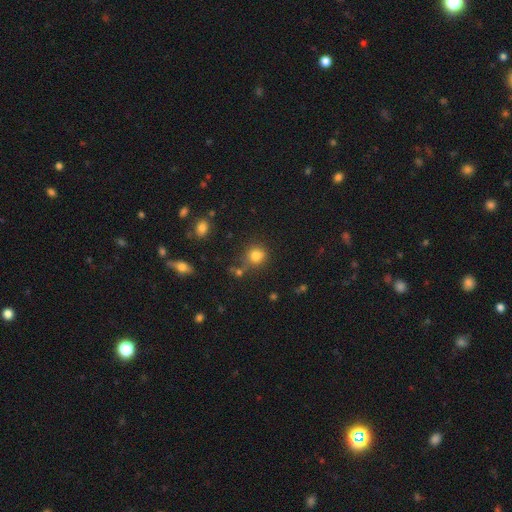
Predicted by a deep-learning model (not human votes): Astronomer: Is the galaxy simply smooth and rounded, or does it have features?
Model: smooth — 80%.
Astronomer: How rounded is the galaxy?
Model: round — 85%.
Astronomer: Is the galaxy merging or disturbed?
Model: none — 69%.